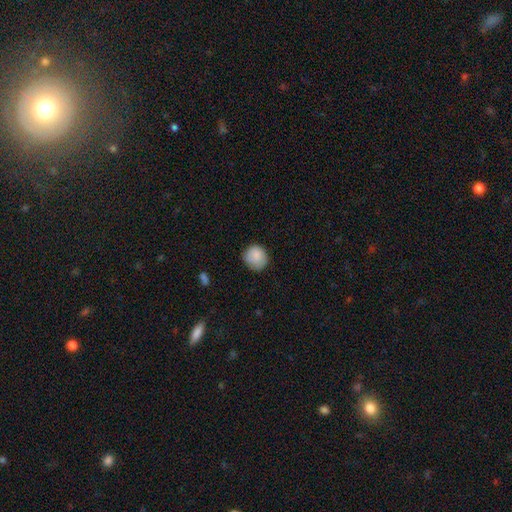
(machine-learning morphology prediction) A smooth galaxy with no disk features (86%) that is round (88%). Merging: none (79%).